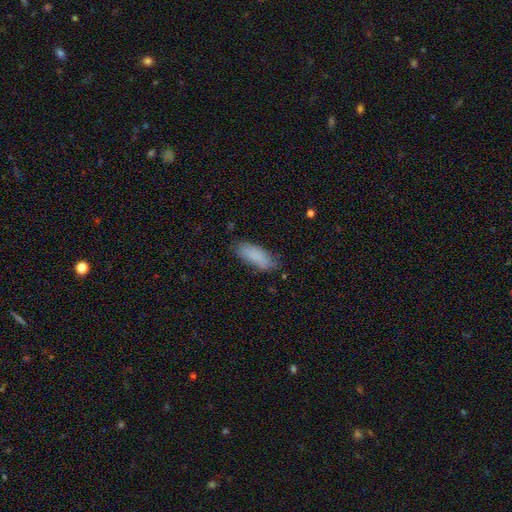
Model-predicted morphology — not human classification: smooth_or_featured: smooth (p=0.86) [alt: featured or disk p=0.07]
how_rounded: in between (p=0.69) [alt: cigar-shaped p=0.29]
merging: none (p=0.76) [alt: minor disturbance p=0.18]